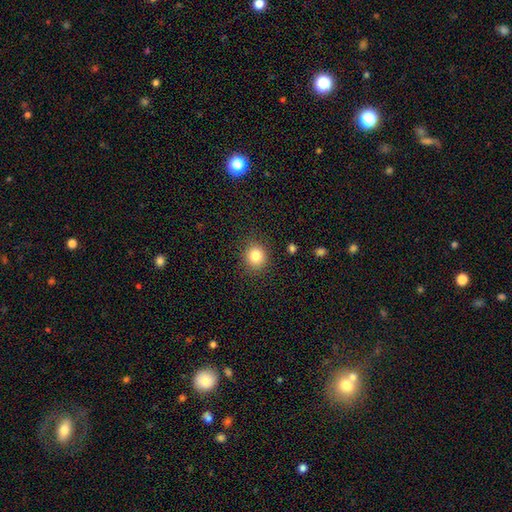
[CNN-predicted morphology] Smooth or featured? smooth (82%)
How rounded? round (85%)
Merging? none (88%)